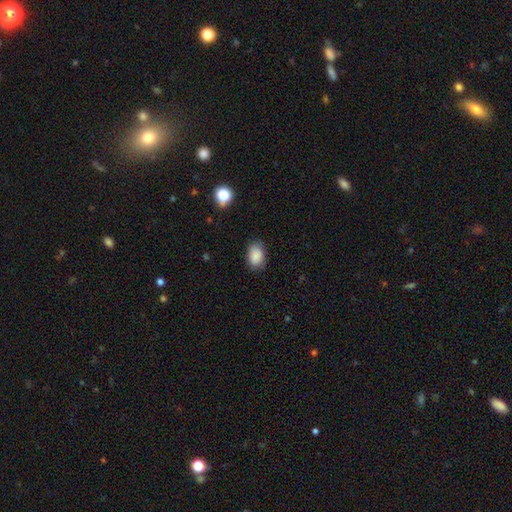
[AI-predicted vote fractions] Morphology: type=smooth (88%); roundness=in between (83%); merging=none (81%).